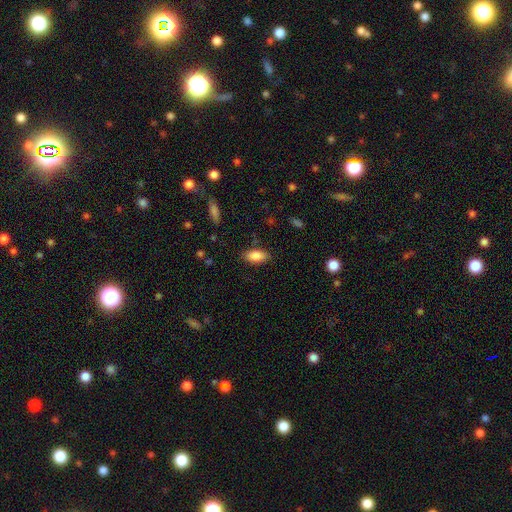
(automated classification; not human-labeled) Morphology: type=smooth (88%); roundness=in between (90%); merging=none (84%).